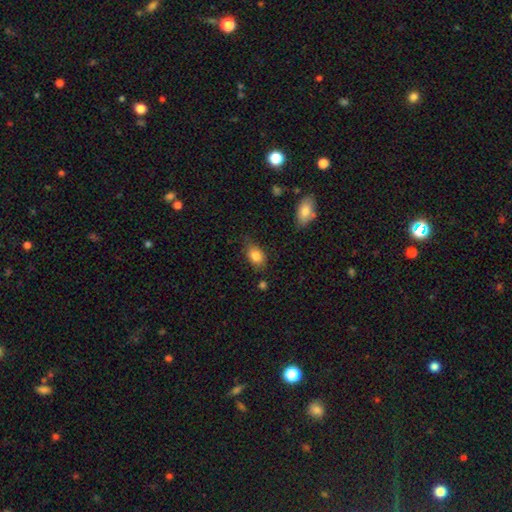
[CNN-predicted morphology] smooth-or-featured: smooth: 83% | star or artifact: 9% | featured or disk: 8%
  how-rounded: in between: 80% | round: 18% | cigar-shaped: 2%
  merging: none: 69% | minor disturbance: 23% | major disturbance: 5% | merger: 3%